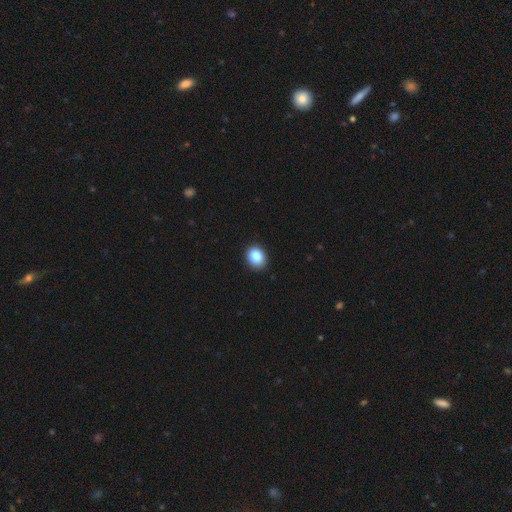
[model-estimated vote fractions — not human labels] smooth 85%, star or artifact 10%, featured or disk 6%. Down the decision tree: how rounded — round (59%); merging — none (90%).